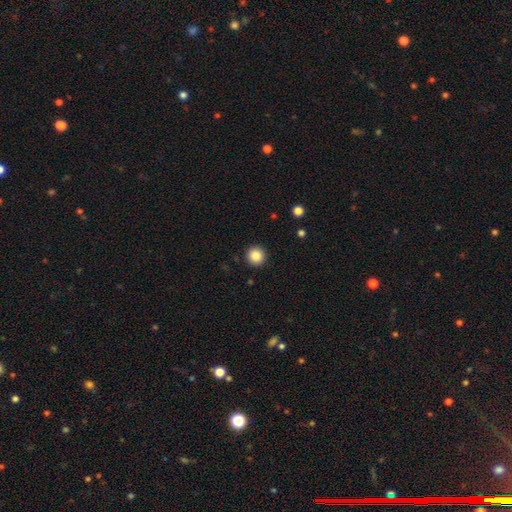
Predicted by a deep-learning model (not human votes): smooth 86%, star or artifact 10%, featured or disk 4%. Down the decision tree: how rounded — round (95%); merging — none (93%).